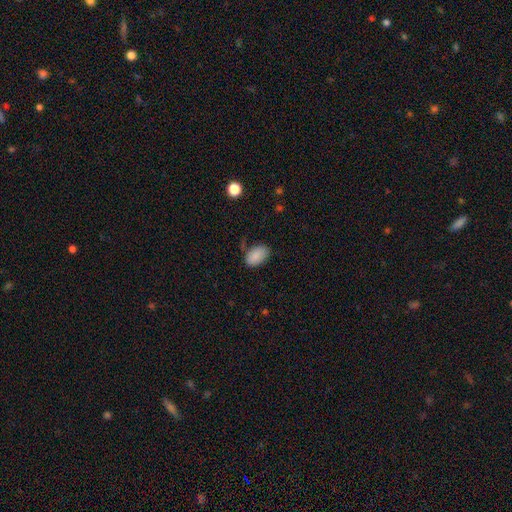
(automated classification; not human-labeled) Q: Smooth or featured?
A: smooth (87%); runner-up: star or artifact (7%)
Q: How rounded?
A: in between (92%); runner-up: round (7%)
Q: Merging?
A: none (72%); runner-up: minor disturbance (20%)